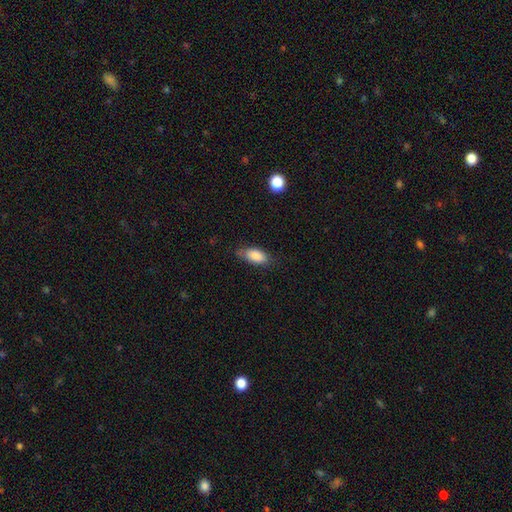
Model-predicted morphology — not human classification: smooth_or_featured: smooth (p=0.85) [alt: featured or disk p=0.08]
how_rounded: in between (p=0.88) [alt: cigar-shaped p=0.09]
merging: none (p=0.70) [alt: minor disturbance p=0.23]